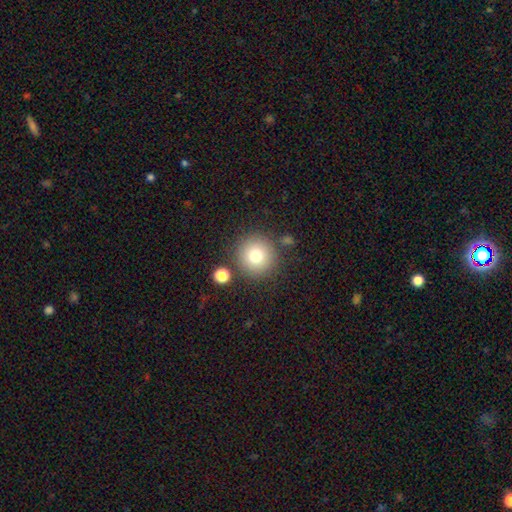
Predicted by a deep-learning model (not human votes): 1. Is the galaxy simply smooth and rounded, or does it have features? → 77% smooth, 11% star or artifact, 11% featured or disk.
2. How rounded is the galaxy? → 96% round, 3% in between, 1% cigar-shaped.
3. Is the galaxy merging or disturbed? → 83% none, 8% minor disturbance, 6% merger, 3% major disturbance.